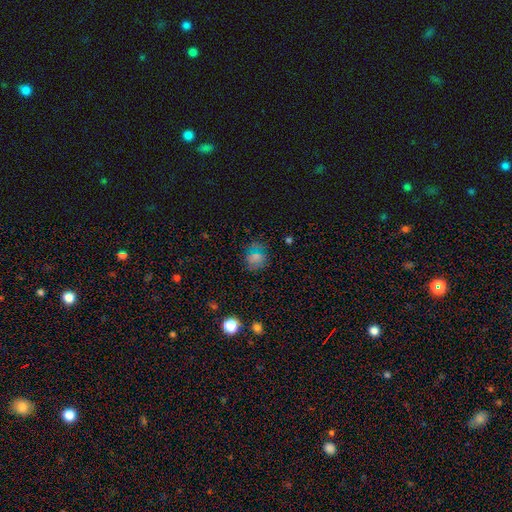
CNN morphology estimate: This is likely a smooth galaxy (62%). How rounded: likely round (73%). Merging: likely none (73%).